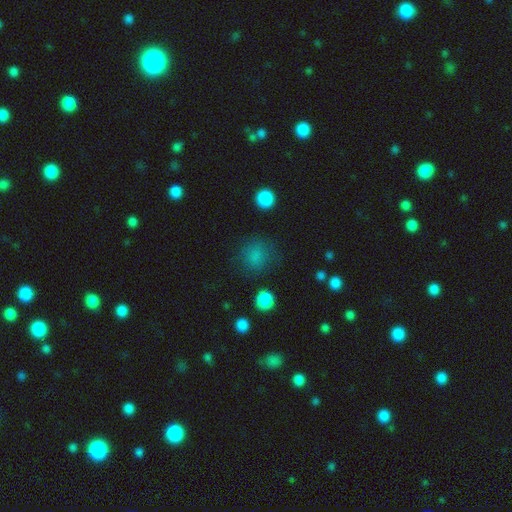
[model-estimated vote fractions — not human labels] smooth 78%, star or artifact 15%, featured or disk 6%. Down the decision tree: how rounded — round (85%); merging — none (76%).